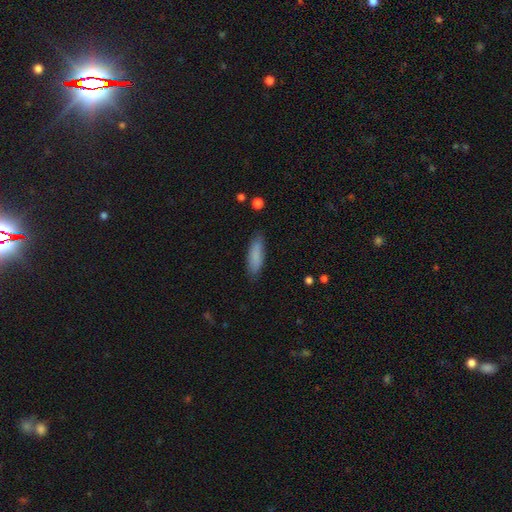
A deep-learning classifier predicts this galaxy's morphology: smooth-or-featured: smooth: 85% | featured or disk: 9% | star or artifact: 6%
  how-rounded: cigar-shaped: 55% | in between: 44% | round: 1%
  merging: none: 84% | minor disturbance: 12% | major disturbance: 2% | merger: 1%